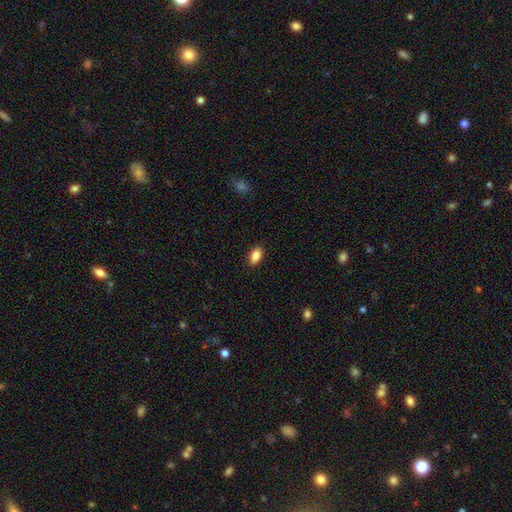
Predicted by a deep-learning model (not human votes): Morphology: type=smooth (87%); roundness=in between (91%); merging=none (90%).